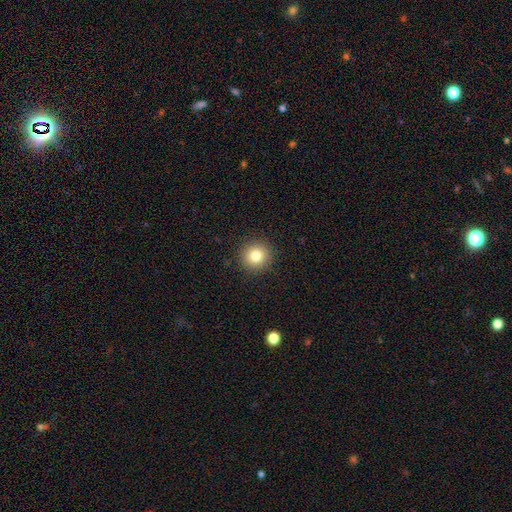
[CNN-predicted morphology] This appears to be a smooth galaxy with no disk features (81%) that is round (93%). Merging: none (92%).